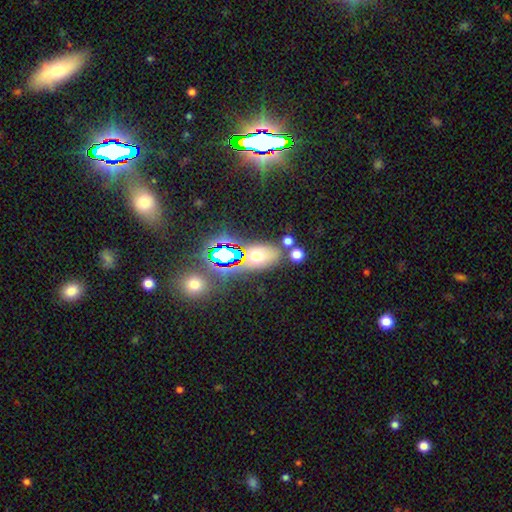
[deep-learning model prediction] Smooth or featured? Predicted: smooth (p=0.54). How rounded? Predicted: in between (p=0.77). Merging? Predicted: none (p=0.69).